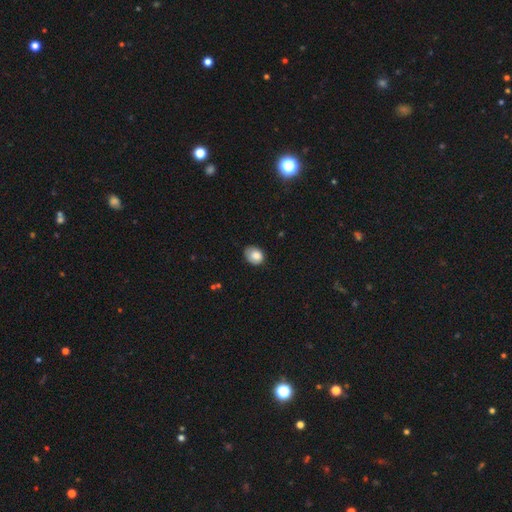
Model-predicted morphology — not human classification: type=smooth (83%); roundness=in between (57%); merging=none (67%).